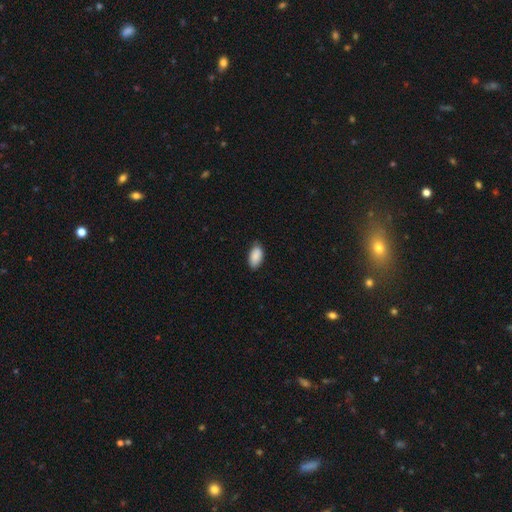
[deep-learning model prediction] This appears to be a smooth galaxy with no disk features (90%) that is in between round and cigar-shaped (95%). Merging: none (81%).